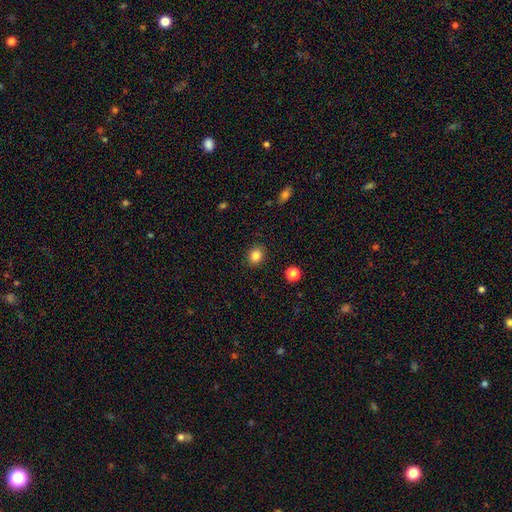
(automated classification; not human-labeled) A smooth galaxy with no disk features (84%) that is round (58%).

Vote fractions:
- Smooth or featured? smooth: 84% / star or artifact: 11% / featured or disk: 5%
- How rounded? round: 58% / in between: 41% / cigar-shaped: 1%
- Merging? none: 89% / minor disturbance: 8% / major disturbance: 2% / merger: 1%